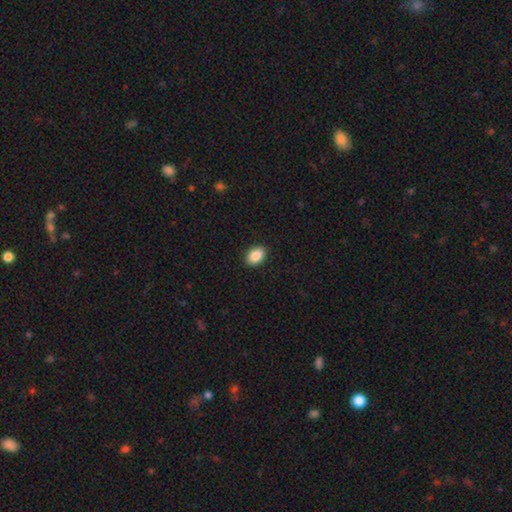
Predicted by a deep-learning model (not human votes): Smooth or featured? Predicted: smooth (p=0.89). How rounded? Predicted: in between (p=0.82). Merging? Predicted: none (p=0.90).